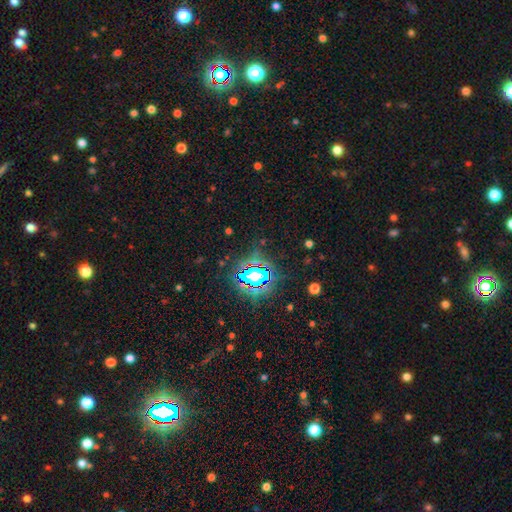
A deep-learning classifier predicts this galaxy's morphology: Smooth or featured: star or artifact — 81% (smooth — 11%)